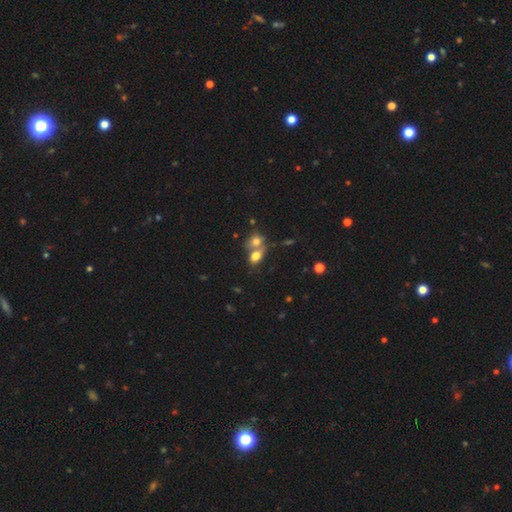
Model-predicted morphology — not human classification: Q: Smooth or featured?
A: smooth (75%); runner-up: featured or disk (13%)
Q: How rounded?
A: in between (73%); runner-up: round (25%)
Q: Merging?
A: merger (61%); runner-up: none (27%)